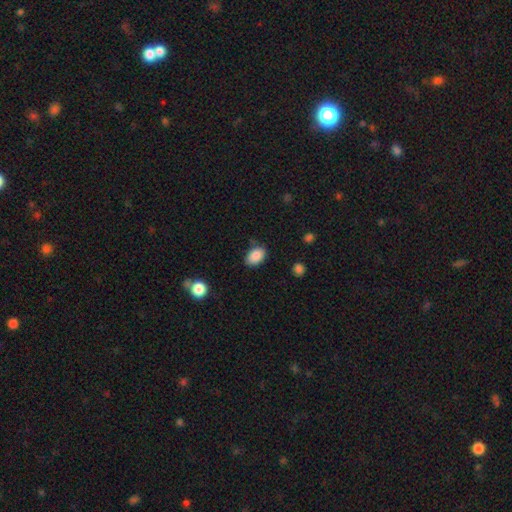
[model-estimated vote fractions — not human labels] A smooth galaxy with no disk features (89%) that is in between round and cigar-shaped (85%).

Vote fractions:
- Smooth or featured? smooth: 89% / star or artifact: 8% / featured or disk: 4%
- How rounded? in between: 85% / round: 14% / cigar-shaped: 1%
- Merging? none: 79% / minor disturbance: 16% / major disturbance: 4% / merger: 2%